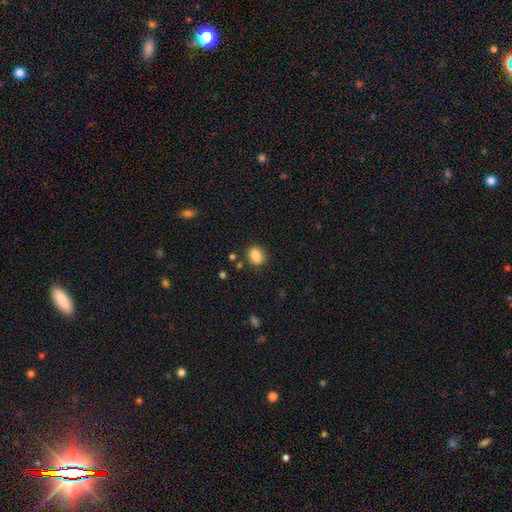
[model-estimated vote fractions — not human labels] Q: Smooth or featured?
A: smooth (87%); runner-up: star or artifact (9%)
Q: How rounded?
A: in between (73%); runner-up: round (25%)
Q: Merging?
A: none (78%); runner-up: minor disturbance (14%)